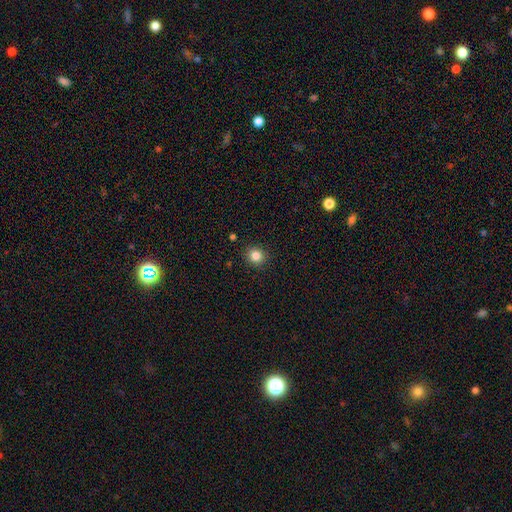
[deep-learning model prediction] Smooth or featured? Predicted: smooth (p=0.84). How rounded? Predicted: round (p=0.87). Merging? Predicted: none (p=0.91).